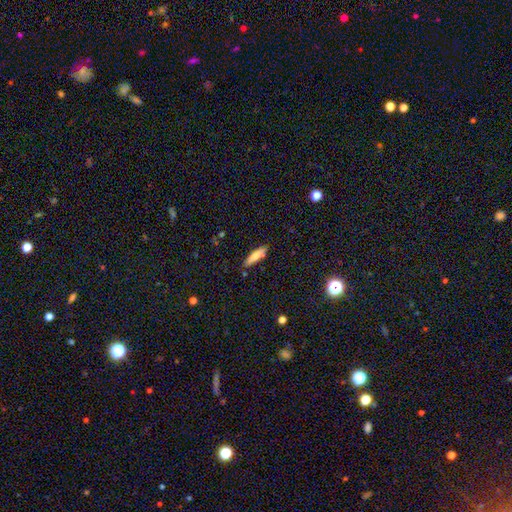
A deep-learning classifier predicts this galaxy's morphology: A smooth galaxy with no disk features (72%) that is cigar-shaped (66%). Merging: none (83%).